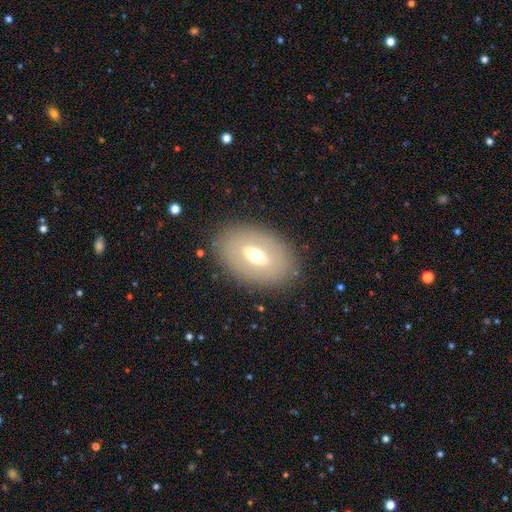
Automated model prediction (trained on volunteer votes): A smooth galaxy with no disk features (47%). Merging: none (83%).